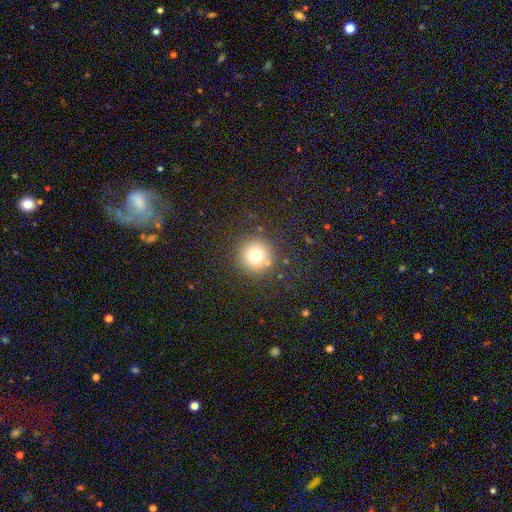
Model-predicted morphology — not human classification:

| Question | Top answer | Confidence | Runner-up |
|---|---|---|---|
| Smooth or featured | smooth | 73% | star or artifact (16%) |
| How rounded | round | 95% | in between (4%) |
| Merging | none | 86% | minor disturbance (8%) |